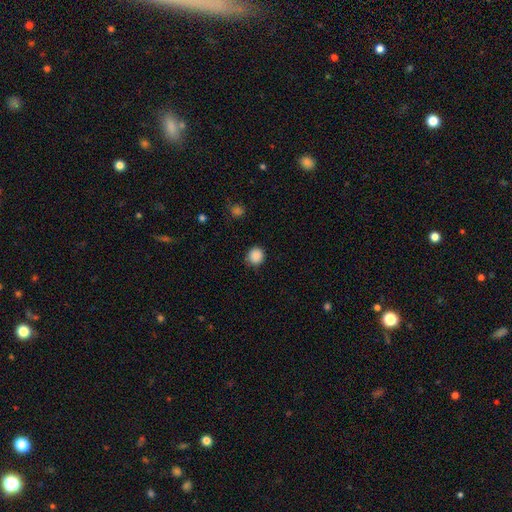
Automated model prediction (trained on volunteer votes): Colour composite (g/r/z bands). It shows a smooth galaxy with no disk features (88%) that is round (91%). Merging: none (87%).